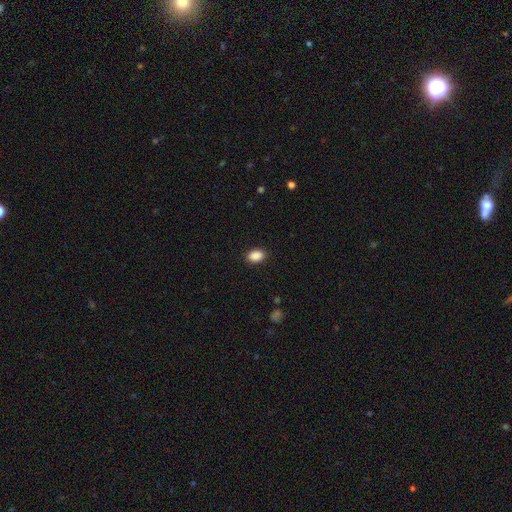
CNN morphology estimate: This is clearly a smooth galaxy (89%). How rounded: clearly in between (83%). Merging: clearly none (89%).